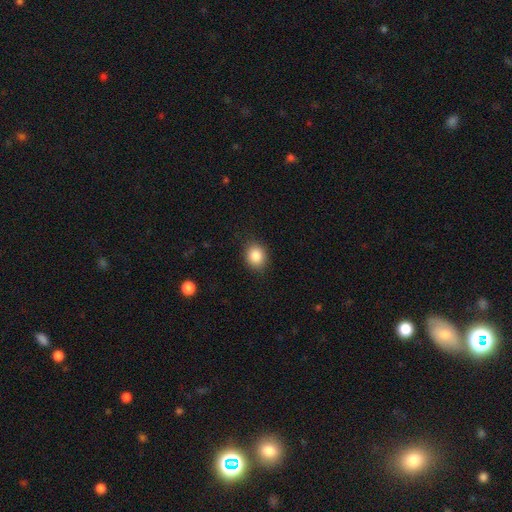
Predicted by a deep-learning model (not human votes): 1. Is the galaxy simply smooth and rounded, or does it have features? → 86% smooth, 9% star or artifact, 5% featured or disk.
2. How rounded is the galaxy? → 60% round, 39% in between, 1% cigar-shaped.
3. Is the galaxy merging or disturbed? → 86% none, 10% minor disturbance, 3% major disturbance, 1% merger.